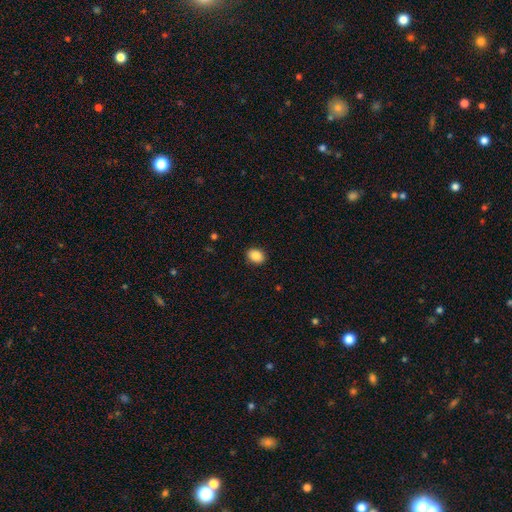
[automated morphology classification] type=smooth (87%); roundness=in between (63%); merging=none (90%).